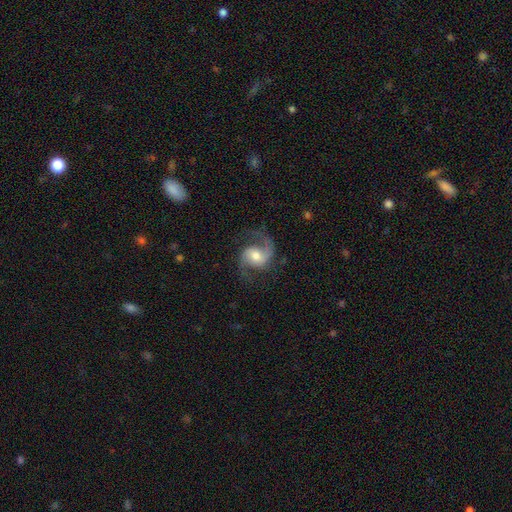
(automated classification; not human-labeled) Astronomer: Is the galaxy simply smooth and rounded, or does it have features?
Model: featured or disk — 88%.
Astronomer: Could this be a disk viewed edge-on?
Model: no — 98%.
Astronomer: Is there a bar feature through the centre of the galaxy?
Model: no — 50% (runner-up: weak, 39%).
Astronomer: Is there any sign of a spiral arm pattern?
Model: yes — 97%.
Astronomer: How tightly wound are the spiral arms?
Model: medium — 51% (runner-up: loose, 40%).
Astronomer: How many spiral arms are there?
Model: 2 — 91%.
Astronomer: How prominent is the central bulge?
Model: moderate — 66%.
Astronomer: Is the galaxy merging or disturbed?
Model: none — 73%.